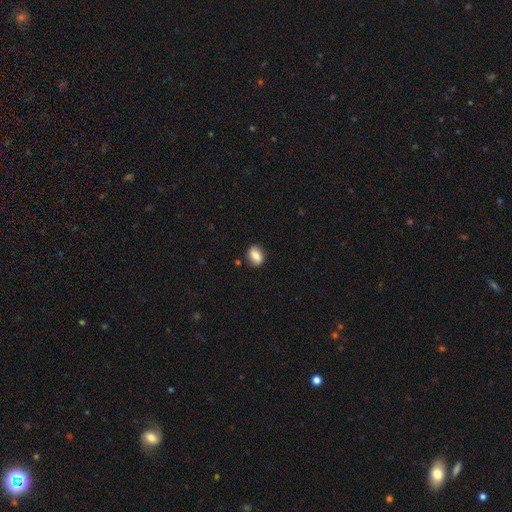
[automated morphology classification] Q: Smooth or featured?
A: smooth (81%); runner-up: featured or disk (11%)
Q: How rounded?
A: in between (69%); runner-up: round (29%)
Q: Merging?
A: none (83%); runner-up: minor disturbance (12%)